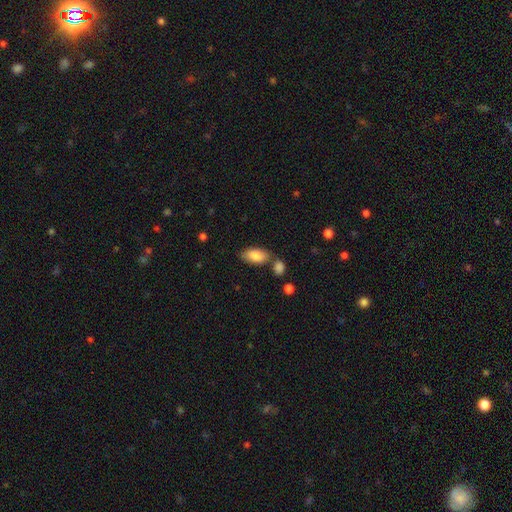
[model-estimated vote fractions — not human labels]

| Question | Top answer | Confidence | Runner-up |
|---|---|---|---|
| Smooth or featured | smooth | 85% | featured or disk (9%) |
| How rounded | in between | 92% | cigar-shaped (5%) |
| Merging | none | 69% | minor disturbance (14%) |